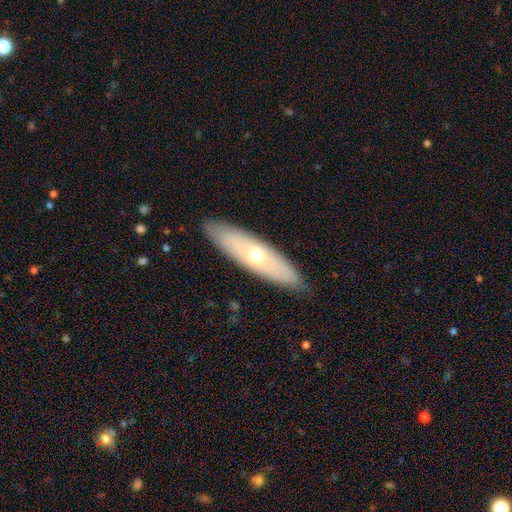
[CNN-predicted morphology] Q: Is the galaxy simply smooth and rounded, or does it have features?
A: smooth — 47%.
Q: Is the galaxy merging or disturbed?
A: none — 87%.